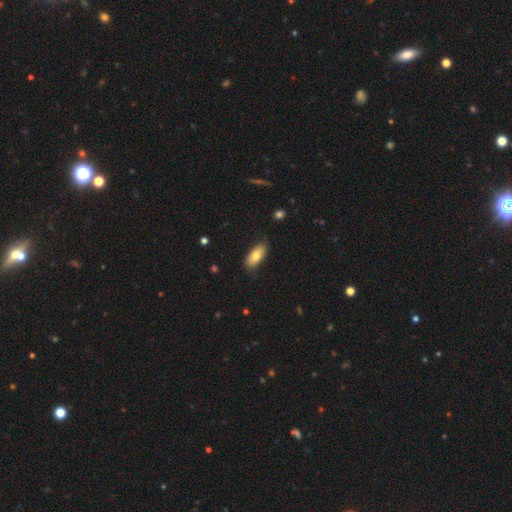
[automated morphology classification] smooth 74%, featured or disk 19%, star or artifact 6%. Down the decision tree: how rounded — in between (85%); merging — none (84%).